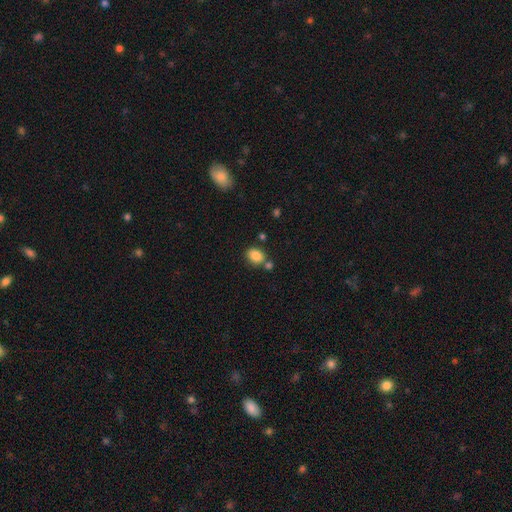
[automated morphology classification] type=smooth (85%); roundness=in between (59%); merging=none (66%).